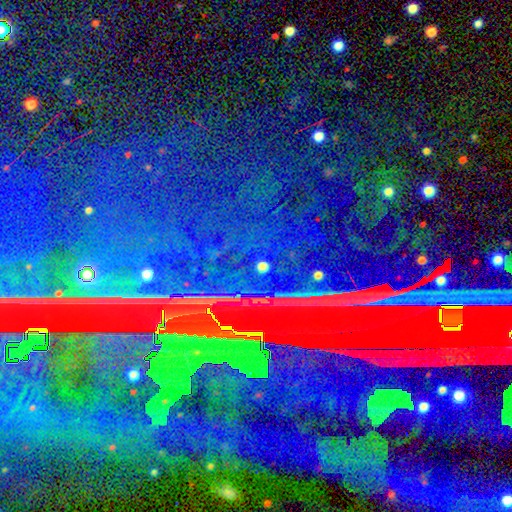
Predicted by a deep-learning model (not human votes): smooth-or-featured: star or artifact: 83% | featured or disk: 9% | smooth: 7%